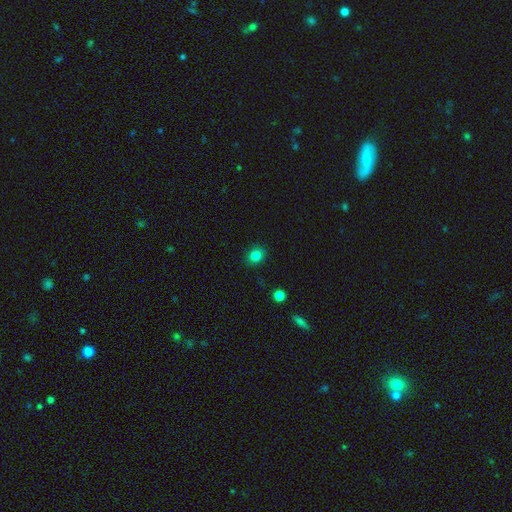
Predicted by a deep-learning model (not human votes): This appears to be a smooth galaxy with no disk features (83%) that is round (68%). Merging: none (88%).